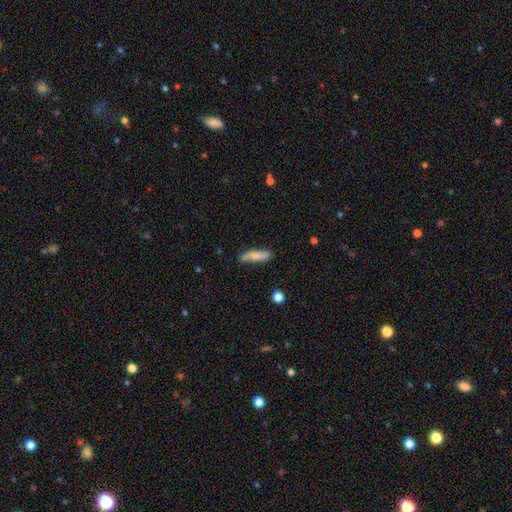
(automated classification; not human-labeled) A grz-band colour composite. It shows a smooth galaxy with no disk features (74%) that is cigar-shaped (70%). Merging: none (83%).